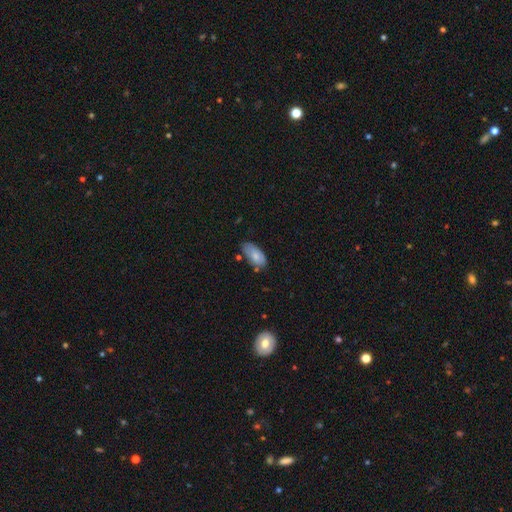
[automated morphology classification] A smooth galaxy with no disk features (75%) that is in between round and cigar-shaped (93%).

Vote fractions:
- Smooth or featured? smooth: 75% / featured or disk: 18% / star or artifact: 6%
- How rounded? in between: 93% / cigar-shaped: 5% / round: 2%
- Merging? none: 62% / minor disturbance: 28% / major disturbance: 5% / merger: 4%